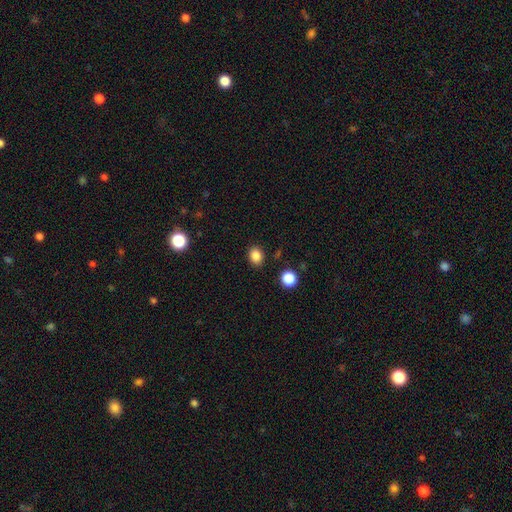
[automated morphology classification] Smooth or featured? smooth (85%)
How rounded? round (51%)
Merging? none (87%)